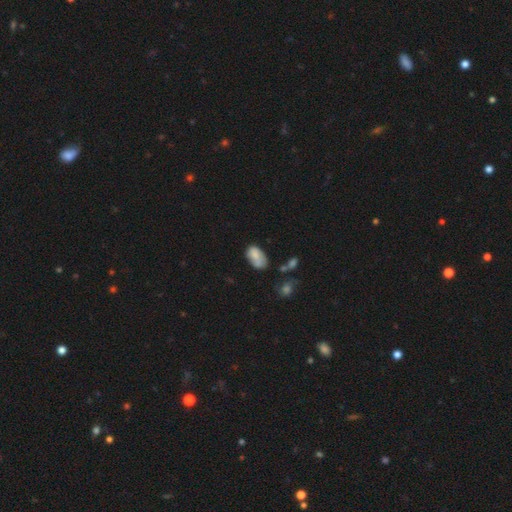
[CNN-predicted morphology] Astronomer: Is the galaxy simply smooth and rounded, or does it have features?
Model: smooth — 76%.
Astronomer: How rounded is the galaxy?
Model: in between — 91%.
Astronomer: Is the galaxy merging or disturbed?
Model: none — 41% (runner-up: minor disturbance, 31%).